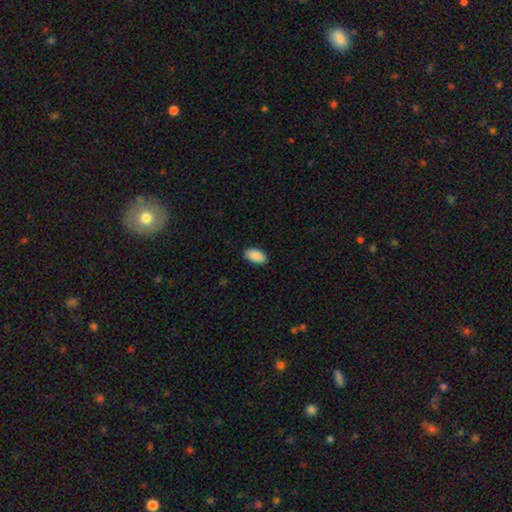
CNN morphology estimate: smooth-or-featured: smooth: 90% | star or artifact: 6% | featured or disk: 3%
  how-rounded: in between: 95% | round: 4% | cigar-shaped: 2%
  merging: none: 87% | minor disturbance: 10% | major disturbance: 2% | merger: 1%